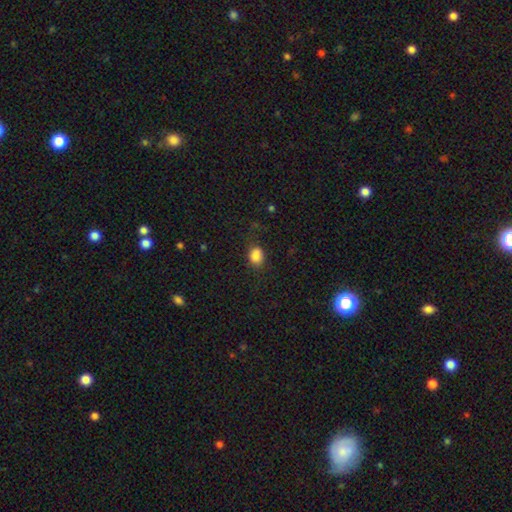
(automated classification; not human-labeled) A smooth galaxy with no disk features (85%) that is in between round and cigar-shaped (63%). Merging: none (71%).